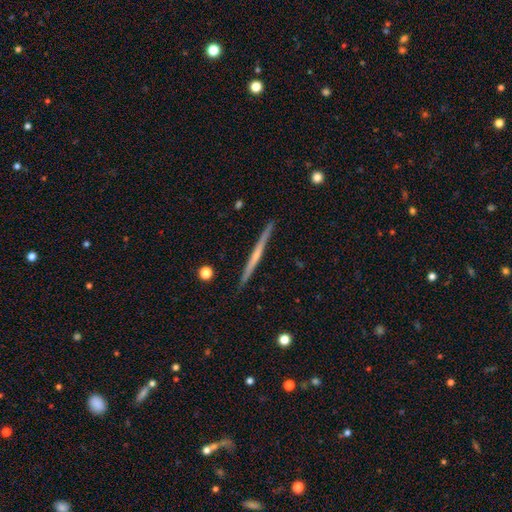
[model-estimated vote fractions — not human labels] A featured or disk galaxy (69%) viewed edge-on (98%) with no central bulge (62%). Merging: none (92%).